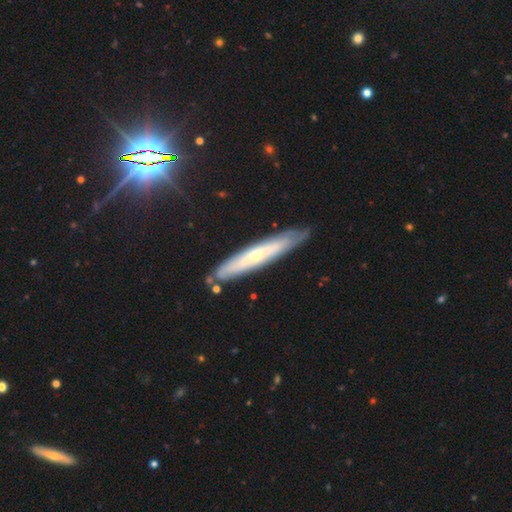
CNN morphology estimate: featured or disk 63%, smooth 30%, star or artifact 7%. Down the decision tree: edge-on disk — yes (65%); merging — none (81%).